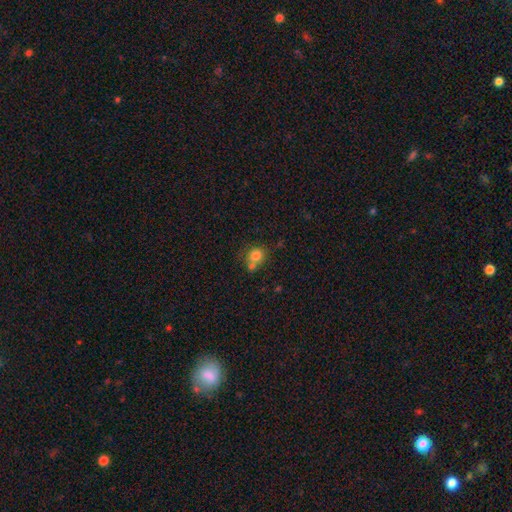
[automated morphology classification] Smooth or featured: smooth — 79% (star or artifact — 11%)
How rounded: round — 80% (in between — 19%)
Merging: none — 47% (merger — 38%)